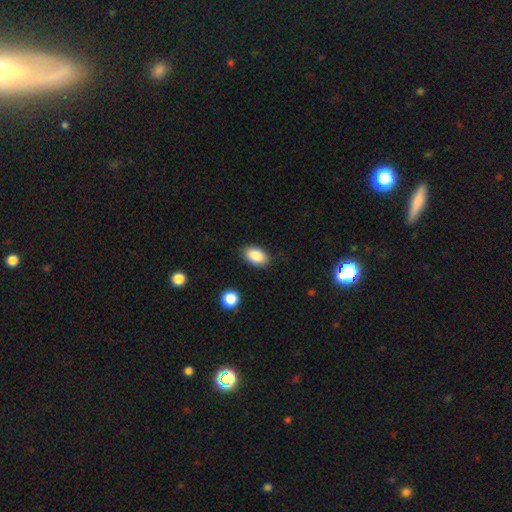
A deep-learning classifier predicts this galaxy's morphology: smooth-or-featured: smooth: 88% | star or artifact: 7% | featured or disk: 5%
  how-rounded: in between: 92% | round: 7% | cigar-shaped: 1%
  merging: none: 85% | minor disturbance: 10% | major disturbance: 3% | merger: 1%